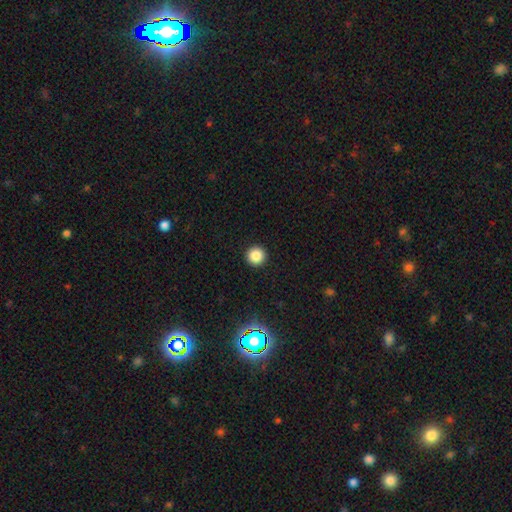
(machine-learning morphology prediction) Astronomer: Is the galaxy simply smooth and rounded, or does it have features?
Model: smooth — 85%.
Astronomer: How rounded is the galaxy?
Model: round — 96%.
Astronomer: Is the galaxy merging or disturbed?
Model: none — 94%.